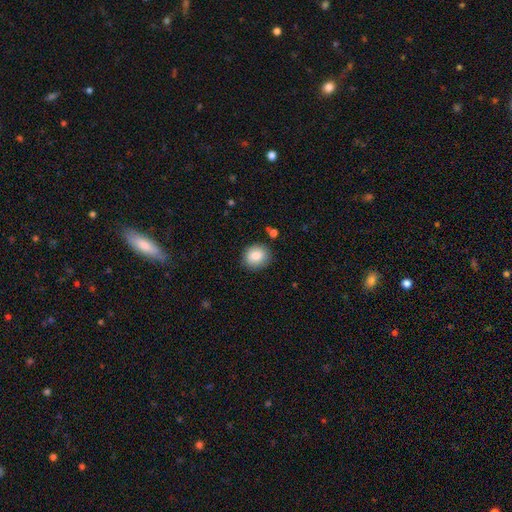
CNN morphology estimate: This is clearly a smooth galaxy (86%). How rounded: likely round (74%). Merging: clearly none (84%).